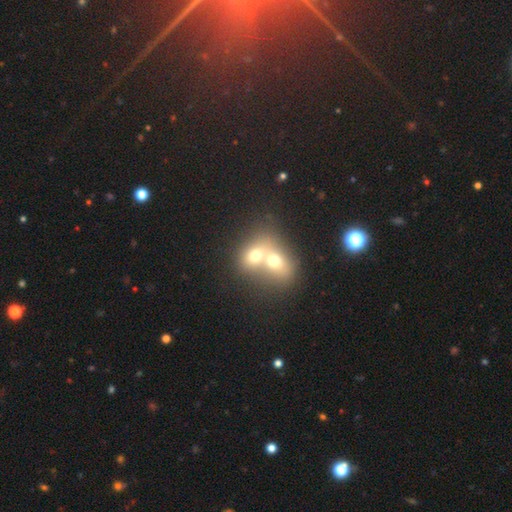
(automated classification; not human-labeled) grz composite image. It shows a smooth galaxy with no disk features (64%) that is round (52%). Merging: merger (77%).